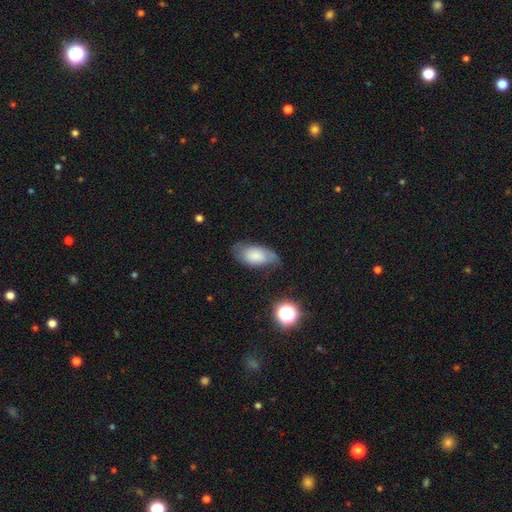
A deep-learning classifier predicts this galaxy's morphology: Smooth or featured? smooth (62%)
How rounded? in between (92%)
Merging? none (58%)